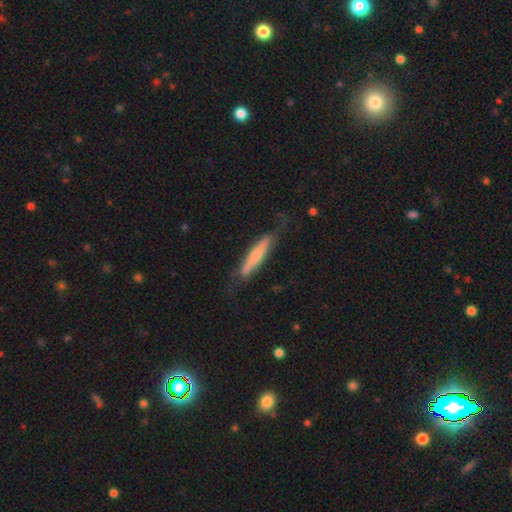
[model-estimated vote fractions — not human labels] Q: Smooth or featured?
A: featured or disk (49%); runner-up: smooth (46%)
Q: Merging?
A: none (70%); runner-up: minor disturbance (22%)